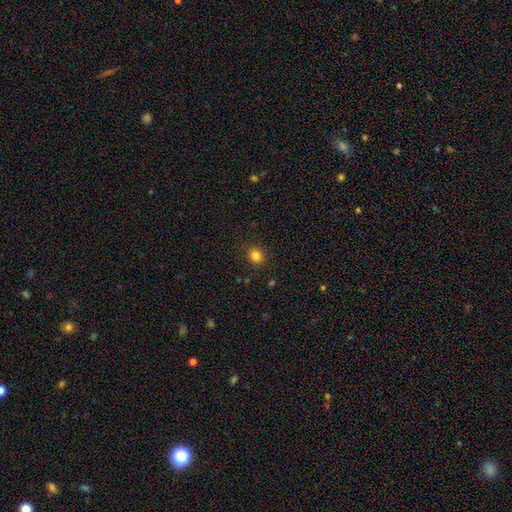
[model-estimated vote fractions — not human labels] Overall: smooth (83%). How rounded: round (63%; in between 36%). Merging: none (89%).